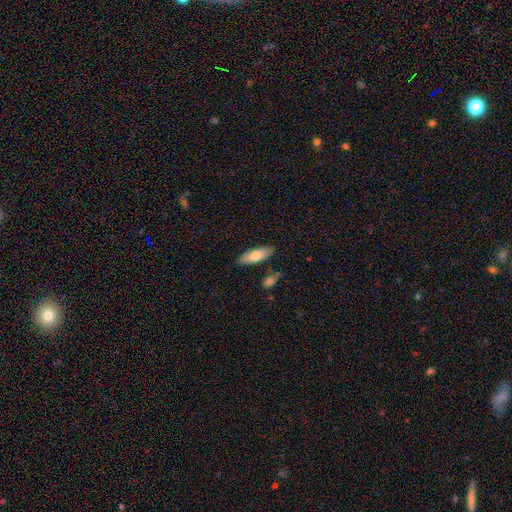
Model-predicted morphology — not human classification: Smooth or featured? Predicted: smooth (p=0.74). How rounded? Predicted: in between (p=0.65). Merging? Predicted: none (p=0.83).